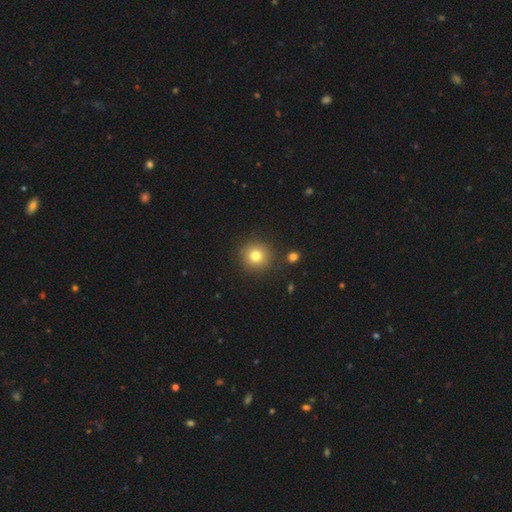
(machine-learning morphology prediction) Smooth or featured? Predicted: smooth (p=0.79). How rounded? Predicted: round (p=0.93). Merging? Predicted: none (p=0.89).